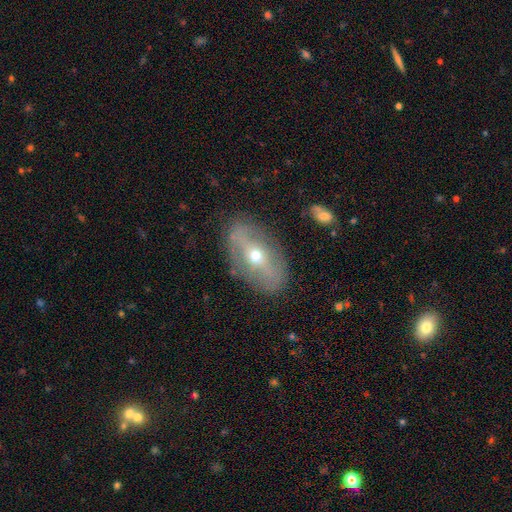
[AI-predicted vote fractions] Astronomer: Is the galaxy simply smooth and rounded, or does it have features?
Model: featured or disk — 63%.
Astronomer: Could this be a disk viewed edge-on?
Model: no — 83%.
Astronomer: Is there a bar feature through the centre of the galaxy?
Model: no — 40% (runner-up: strong, 31%).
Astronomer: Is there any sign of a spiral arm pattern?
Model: no — 62% (runner-up: yes, 38%).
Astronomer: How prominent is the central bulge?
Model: moderate — 51% (runner-up: small, 45%).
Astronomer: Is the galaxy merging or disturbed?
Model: none — 80%.